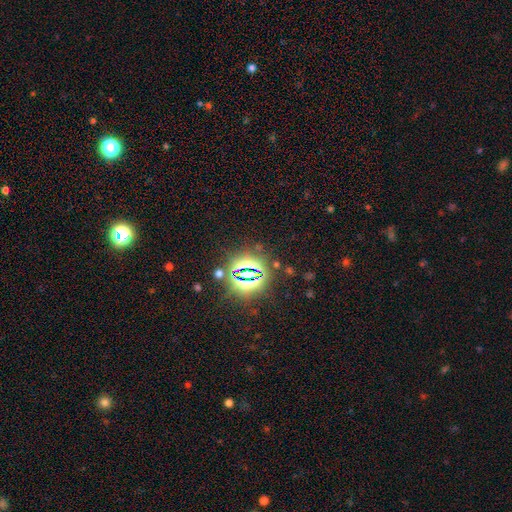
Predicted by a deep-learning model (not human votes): Smooth or featured? star or artifact (83%)